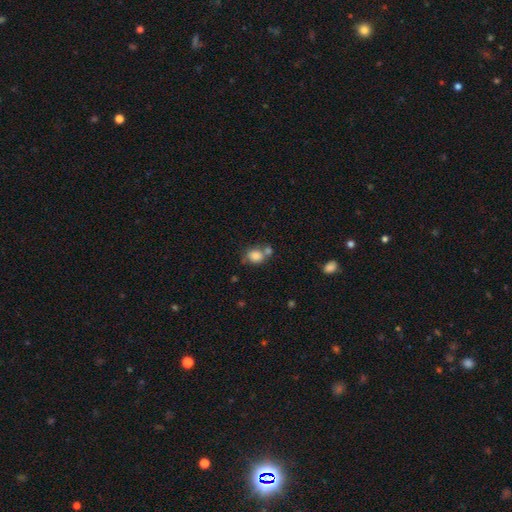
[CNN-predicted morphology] Smooth or featured? Predicted: smooth (p=0.82). How rounded? Predicted: round (p=0.61). Merging? Predicted: none (p=0.43).